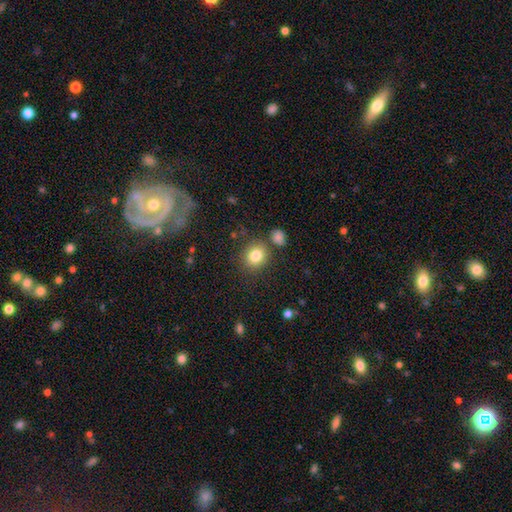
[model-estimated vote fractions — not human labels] Smooth or featured? Predicted: smooth (p=0.83). How rounded? Predicted: round (p=0.76). Merging? Predicted: none (p=0.79).